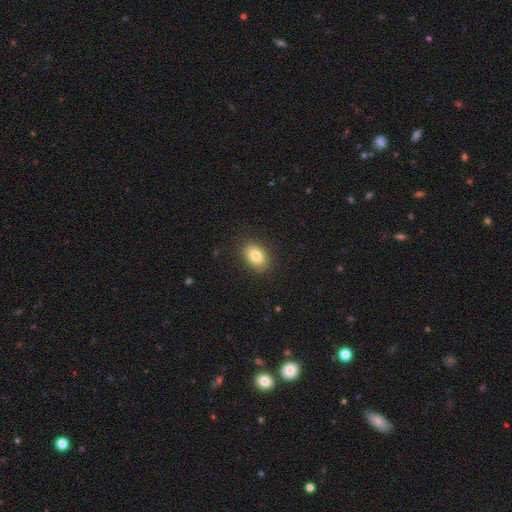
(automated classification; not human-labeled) Overall: smooth (83%). How rounded: in between (84%). Merging: none (87%).